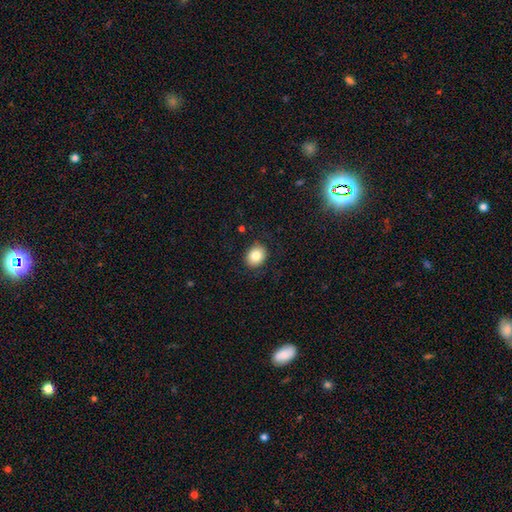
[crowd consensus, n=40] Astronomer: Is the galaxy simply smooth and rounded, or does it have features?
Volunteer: smooth — 82%.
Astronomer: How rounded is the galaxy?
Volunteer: in between — 73%.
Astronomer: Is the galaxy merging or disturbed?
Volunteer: none — 94%.